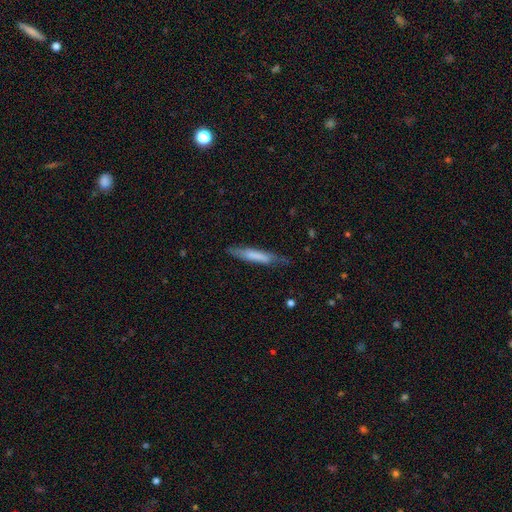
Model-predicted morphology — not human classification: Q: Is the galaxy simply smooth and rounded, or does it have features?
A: smooth — 65%.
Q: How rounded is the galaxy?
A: cigar-shaped — 89%.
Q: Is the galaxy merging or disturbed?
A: none — 67%.